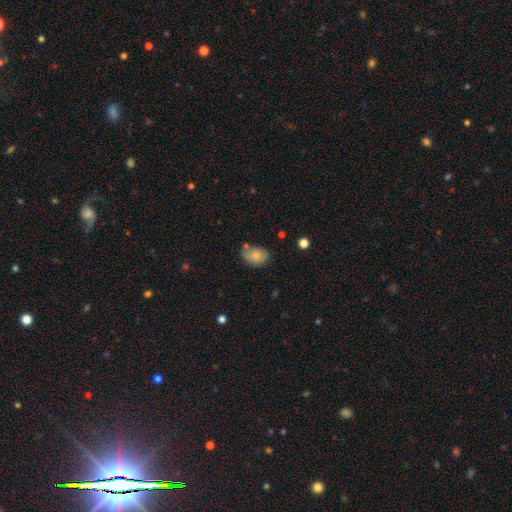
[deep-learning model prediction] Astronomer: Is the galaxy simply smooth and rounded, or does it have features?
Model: smooth — 80%.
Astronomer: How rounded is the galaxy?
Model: in between — 78%.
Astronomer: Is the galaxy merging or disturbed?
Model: none — 60%.